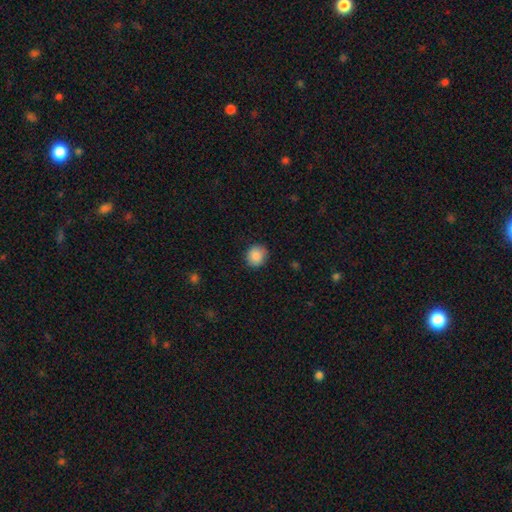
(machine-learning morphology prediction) The model was most divided on "how rounded": round: 82%, in between: 17%, cigar-shaped: 1%. More confident: smooth or featured — smooth (88%); merging — none (87%).